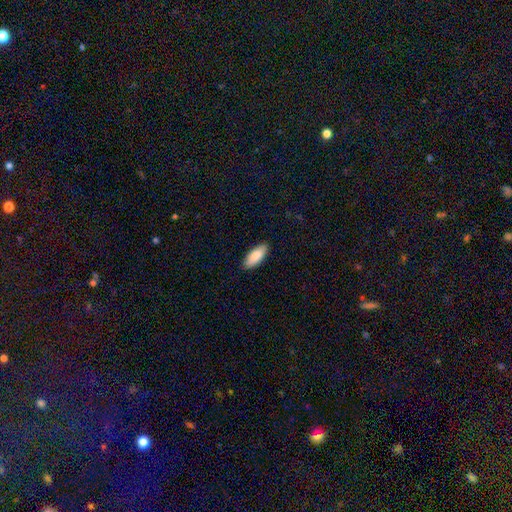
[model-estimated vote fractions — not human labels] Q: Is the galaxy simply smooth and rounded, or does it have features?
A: smooth — 89%.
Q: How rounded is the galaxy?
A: in between — 81%.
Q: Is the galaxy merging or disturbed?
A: none — 88%.